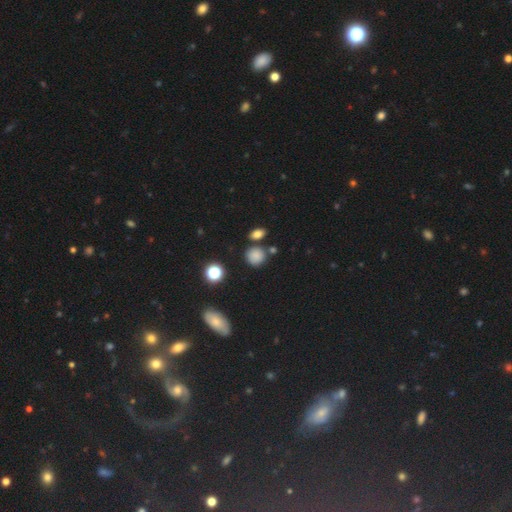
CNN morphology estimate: smooth_or_featured: smooth (p=0.79) [alt: star or artifact p=0.15]
how_rounded: round (p=0.83) [alt: in between p=0.16]
merging: none (p=0.73) [alt: minor disturbance p=0.13]